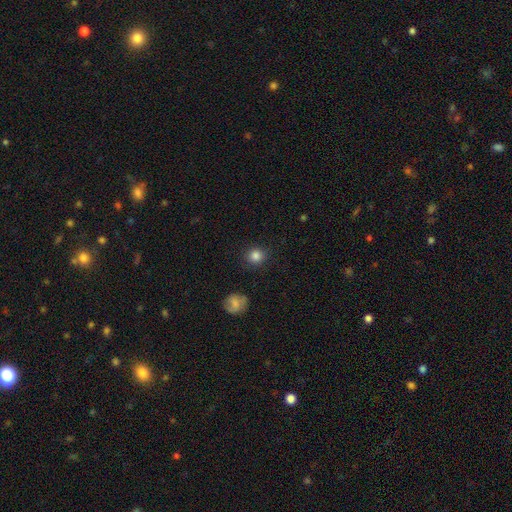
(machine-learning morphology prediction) A smooth galaxy with no disk features (85%) that is round (91%).

Vote fractions:
- Smooth or featured? smooth: 85% / star or artifact: 11% / featured or disk: 4%
- How rounded? round: 91% / in between: 8% / cigar-shaped: 1%
- Merging? none: 88% / minor disturbance: 8% / major disturbance: 3% / merger: 2%